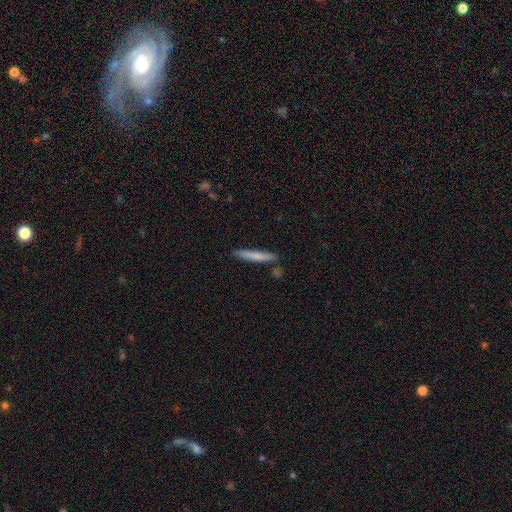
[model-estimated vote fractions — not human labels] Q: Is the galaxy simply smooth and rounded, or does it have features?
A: smooth — 74%.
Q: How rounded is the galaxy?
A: cigar-shaped — 95%.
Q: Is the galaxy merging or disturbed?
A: none — 85%.